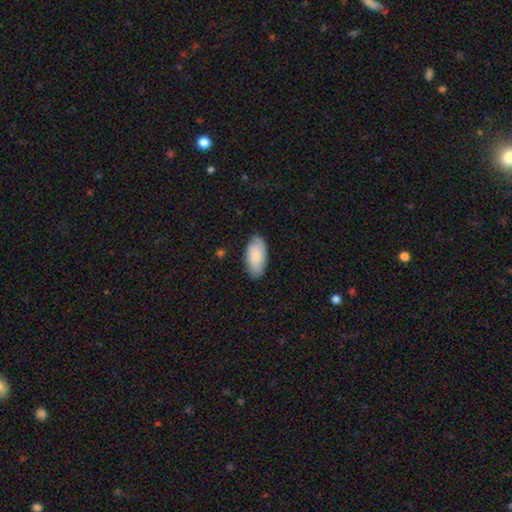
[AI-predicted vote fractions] Morphology: type=smooth (80%); roundness=in between (94%); merging=none (82%).